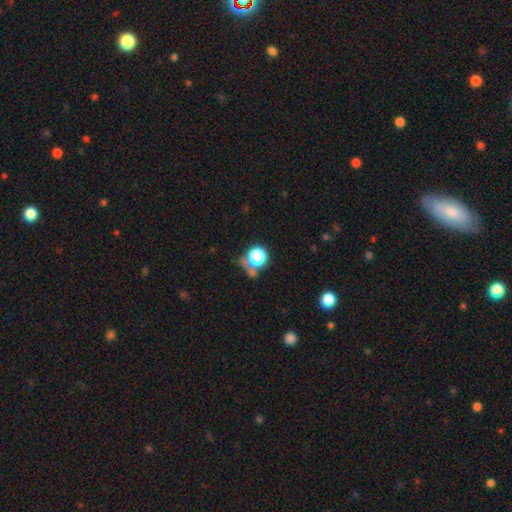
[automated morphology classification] Q: Smooth or featured?
A: smooth (57%); runner-up: star or artifact (35%)
Q: How rounded?
A: round (88%); runner-up: in between (11%)
Q: Merging?
A: none (69%); runner-up: minor disturbance (13%)